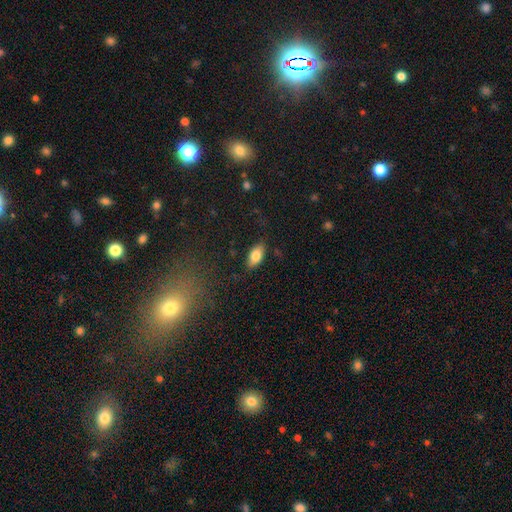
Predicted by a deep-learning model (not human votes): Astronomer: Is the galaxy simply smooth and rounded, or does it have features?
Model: smooth — 80%.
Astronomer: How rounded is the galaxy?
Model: in between — 91%.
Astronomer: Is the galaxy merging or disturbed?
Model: none — 84%.